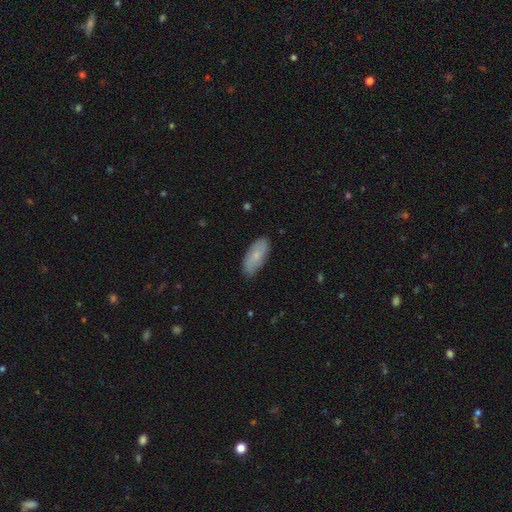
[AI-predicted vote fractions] Smooth or featured?
  - smooth: 72% *
  - featured or disk: 22%
  - star or artifact: 6%
How rounded?
  - in between: 83% *
  - cigar-shaped: 15%
  - round: 2%
Merging?
  - none: 81% *
  - minor disturbance: 15%
  - major disturbance: 2%
  - merger: 1%